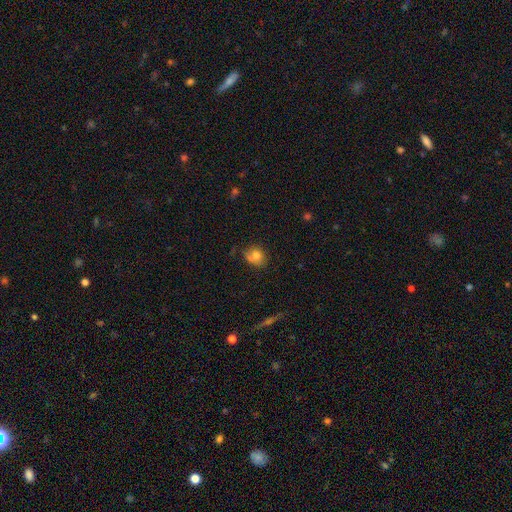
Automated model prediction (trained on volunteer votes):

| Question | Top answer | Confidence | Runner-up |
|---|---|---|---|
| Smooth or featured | smooth | 72% | featured or disk (17%) |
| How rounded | round | 58% | in between (40%) |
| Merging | none | 55% | minor disturbance (28%) |